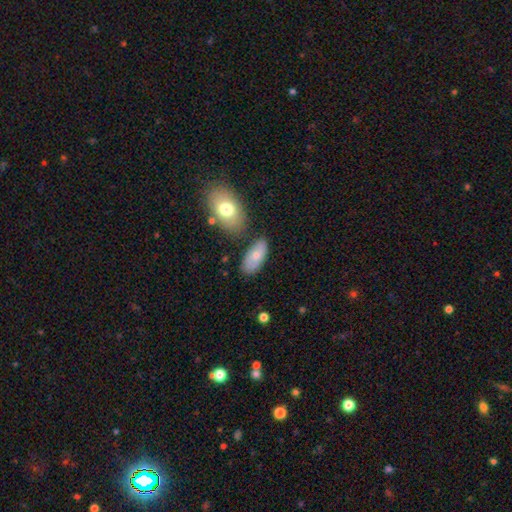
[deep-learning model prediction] Smooth or featured? smooth (70%)
How rounded? in between (91%)
Merging? none (69%)